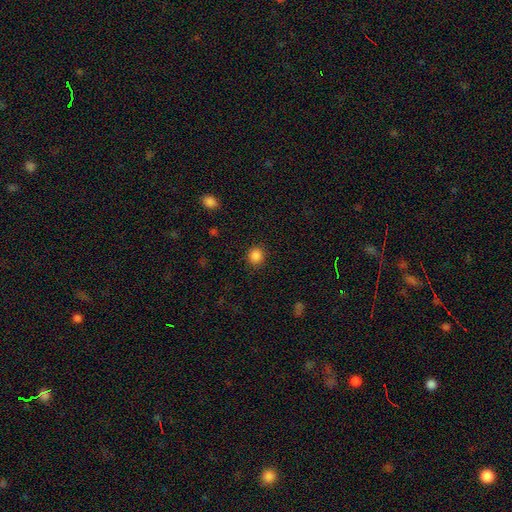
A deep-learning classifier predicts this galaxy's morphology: type=smooth (86%); roundness=round (86%); merging=none (90%).